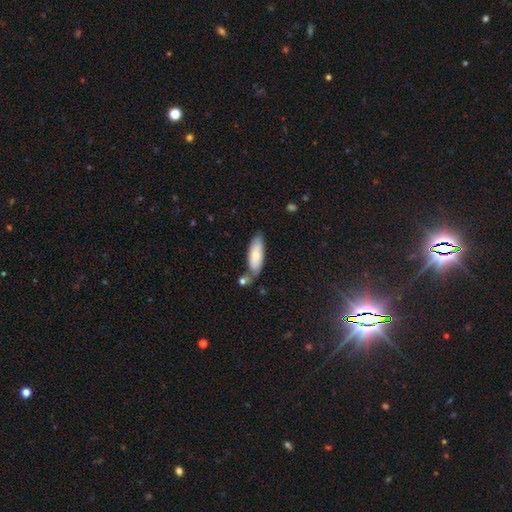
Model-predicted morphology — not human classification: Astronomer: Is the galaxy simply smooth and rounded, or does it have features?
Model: smooth — 72%.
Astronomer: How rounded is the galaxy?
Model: in between — 68%.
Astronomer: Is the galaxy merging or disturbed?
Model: none — 59%.